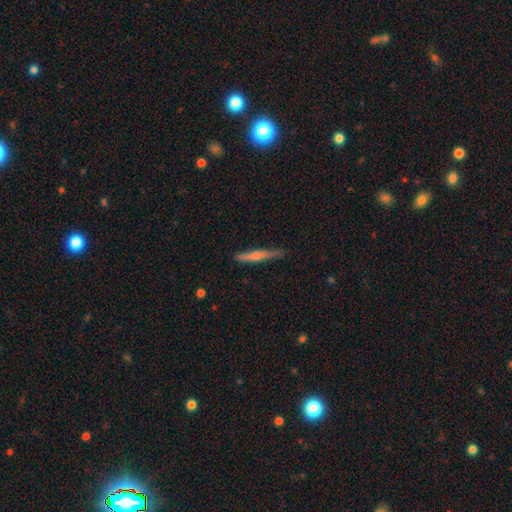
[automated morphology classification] Smooth or featured? smooth (49%)
Merging? none (82%)